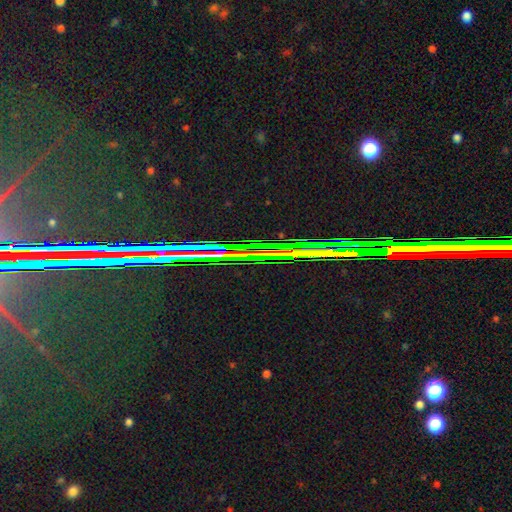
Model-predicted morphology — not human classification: This is clearly a star or artifact rather than a galaxy (82%).